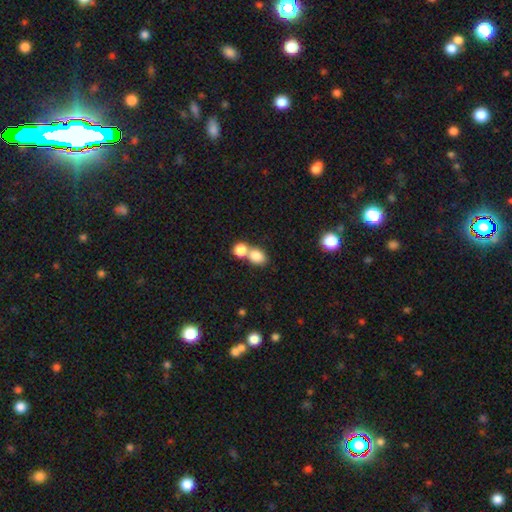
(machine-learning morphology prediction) The model was most divided on "how rounded": in between: 54%, round: 45%, cigar-shaped: 1%. More confident: smooth or featured — smooth (82%); merging — merger (54%).